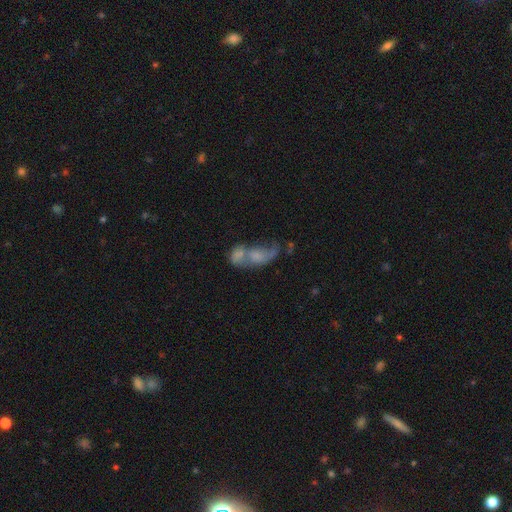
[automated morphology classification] A smooth galaxy with no disk features (44%).

Vote fractions:
- Smooth or featured? smooth: 44% / featured or disk: 41% / star or artifact: 15%
- Merging? merger: 67% / none: 14% / major disturbance: 12% / minor disturbance: 7%